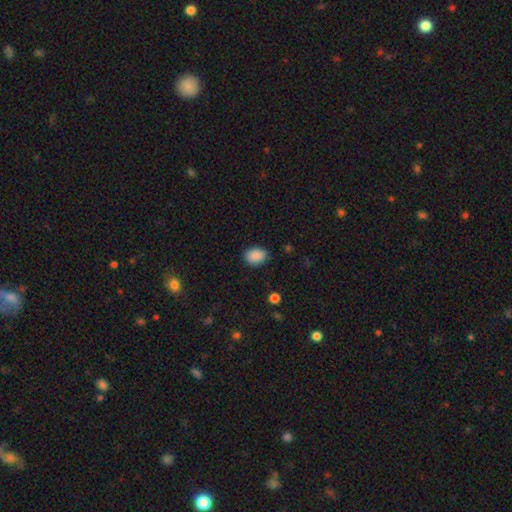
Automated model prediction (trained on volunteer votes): Morphology: type=smooth (89%); roundness=in between (66%); merging=none (84%).